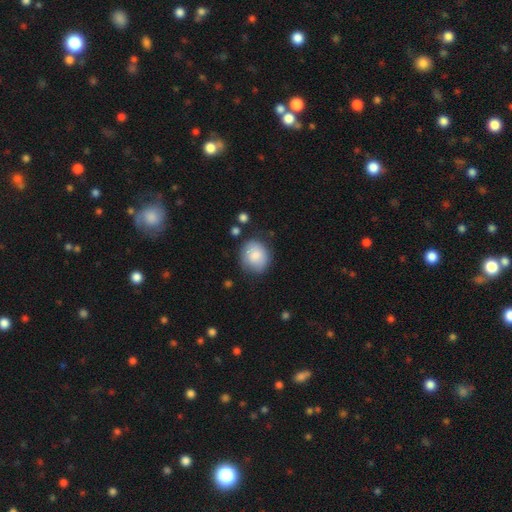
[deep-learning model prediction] This appears to be a smooth galaxy with no disk features (82%) that is round (72%). Merging: none (75%).